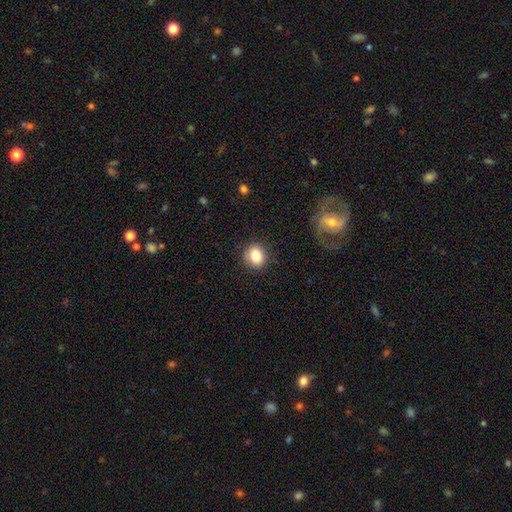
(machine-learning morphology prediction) Smooth or featured? smooth (81%)
How rounded? round (70%)
Merging? none (87%)